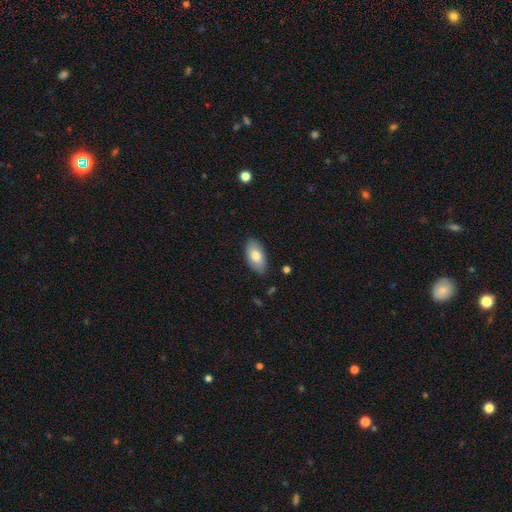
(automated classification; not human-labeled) This appears to be a smooth galaxy with no disk features (78%) that is in between round and cigar-shaped (93%). Merging: none (86%).